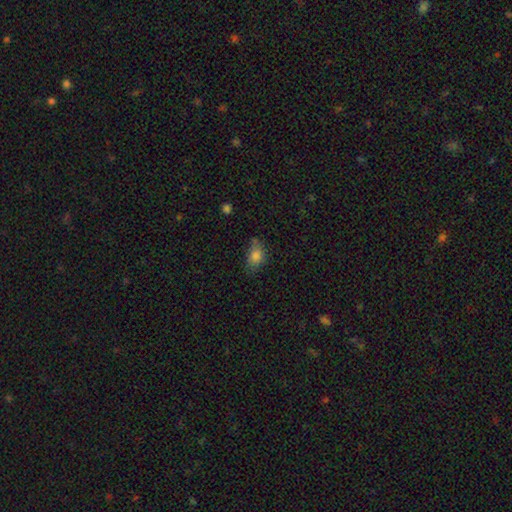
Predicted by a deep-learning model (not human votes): smooth-or-featured: smooth: 82% | star or artifact: 10% | featured or disk: 8%
  how-rounded: in between: 78% | round: 20% | cigar-shaped: 2%
  merging: none: 57% | minor disturbance: 29% | major disturbance: 8% | merger: 6%